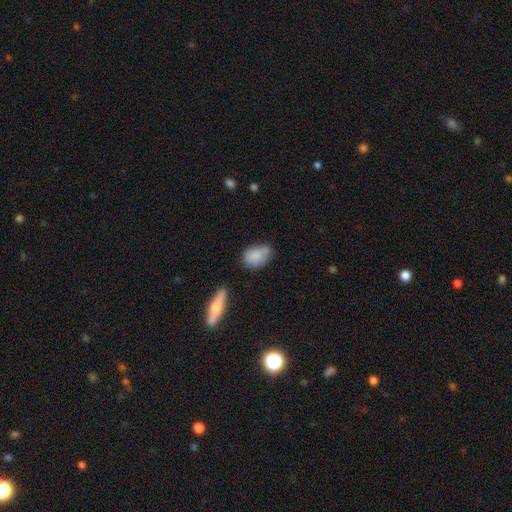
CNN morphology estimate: Smooth or featured?
  - smooth: 82% *
  - featured or disk: 11%
  - star or artifact: 7%
How rounded?
  - in between: 83% *
  - round: 14%
  - cigar-shaped: 2%
Merging?
  - none: 53% *
  - minor disturbance: 28%
  - merger: 13%
  - major disturbance: 7%